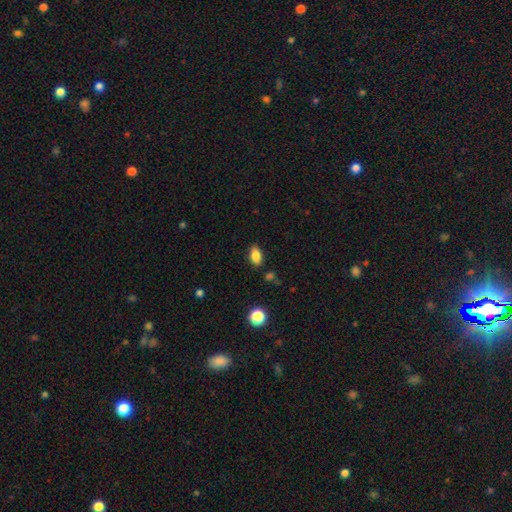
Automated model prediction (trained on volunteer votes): Overall: smooth (84%). How rounded: in between (88%). Merging: none (84%).